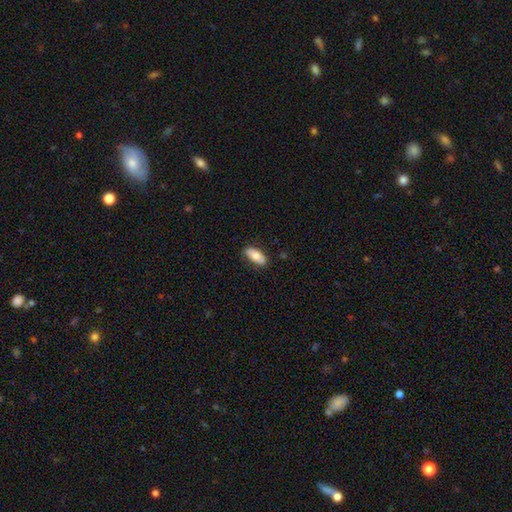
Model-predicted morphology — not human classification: smooth-or-featured: smooth: 75% | featured or disk: 19% | star or artifact: 6%
  how-rounded: in between: 87% | cigar-shaped: 11% | round: 2%
  merging: none: 82% | minor disturbance: 14% | major disturbance: 3% | merger: 1%